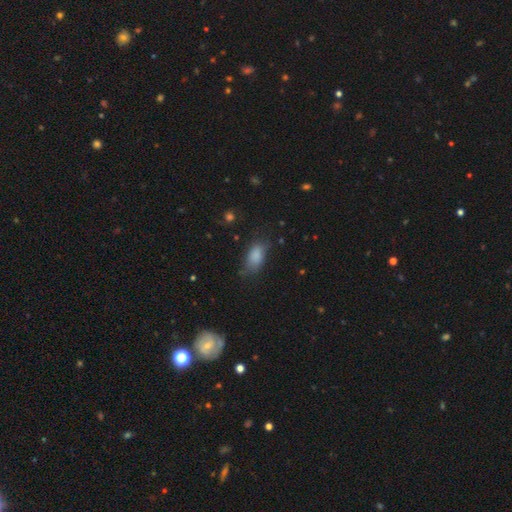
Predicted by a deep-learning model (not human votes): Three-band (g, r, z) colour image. It shows a smooth galaxy with no disk features (84%) that is in between round and cigar-shaped (90%). Merging: none (61%).